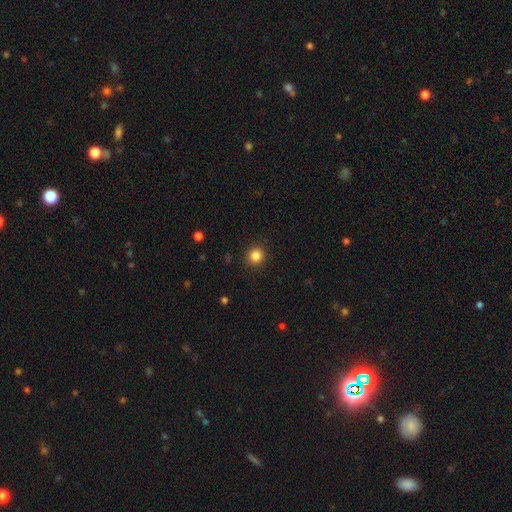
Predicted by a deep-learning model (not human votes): Smooth or featured?
  - smooth: 85% *
  - star or artifact: 11%
  - featured or disk: 4%
How rounded?
  - round: 93% *
  - in between: 6%
  - cigar-shaped: 1%
Merging?
  - none: 91% *
  - minor disturbance: 6%
  - major disturbance: 2%
  - merger: 1%